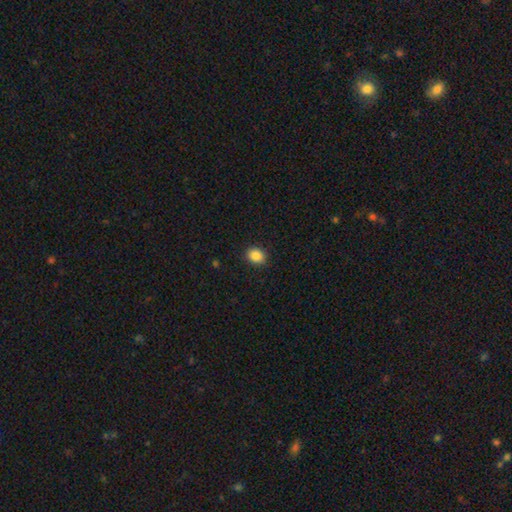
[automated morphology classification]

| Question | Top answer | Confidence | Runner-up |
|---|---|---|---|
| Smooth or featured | smooth | 87% | star or artifact (9%) |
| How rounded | round | 56% | in between (43%) |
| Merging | none | 90% | minor disturbance (7%) |